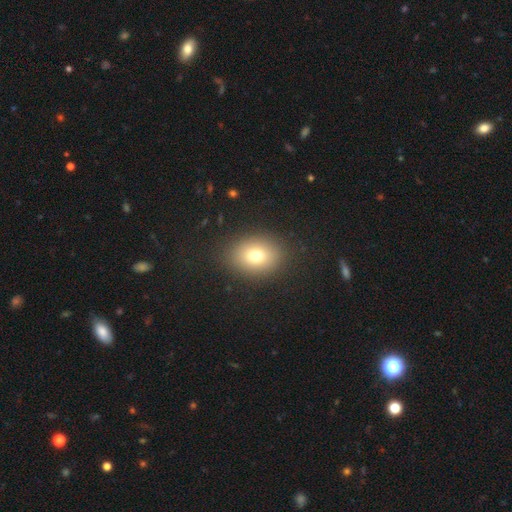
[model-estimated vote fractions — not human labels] A smooth galaxy with no disk features (75%) that is in between round and cigar-shaped (61%).

Vote fractions:
- Smooth or featured? smooth: 75% / star or artifact: 13% / featured or disk: 12%
- How rounded? in between: 61% / round: 38% / cigar-shaped: 1%
- Merging? none: 87% / minor disturbance: 8% / major disturbance: 4% / merger: 1%